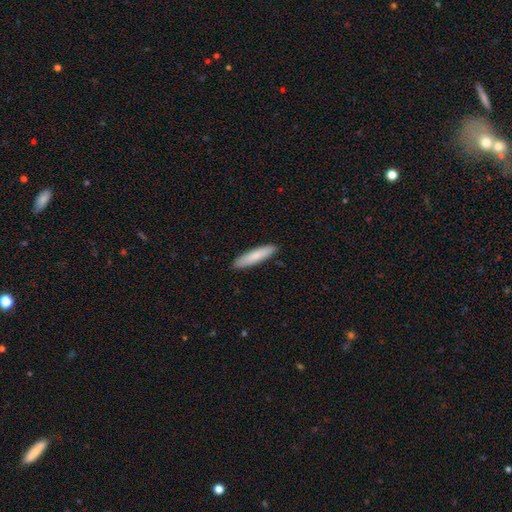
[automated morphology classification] Smooth or featured? Predicted: smooth (p=0.84). How rounded? Predicted: cigar-shaped (p=0.84). Merging? Predicted: none (p=0.90).